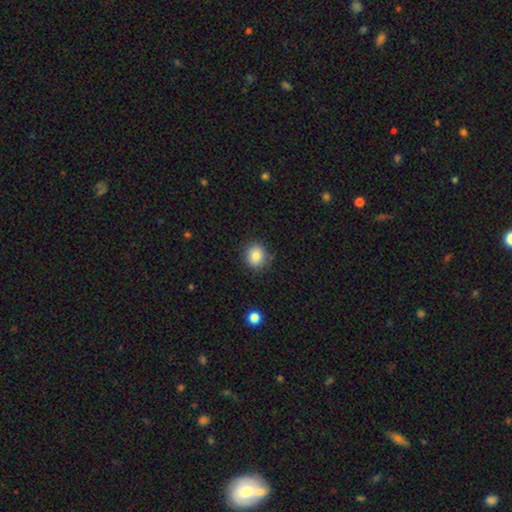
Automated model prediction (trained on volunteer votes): Q: Smooth or featured?
A: smooth (85%); runner-up: star or artifact (10%)
Q: How rounded?
A: round (79%); runner-up: in between (20%)
Q: Merging?
A: none (85%); runner-up: minor disturbance (10%)